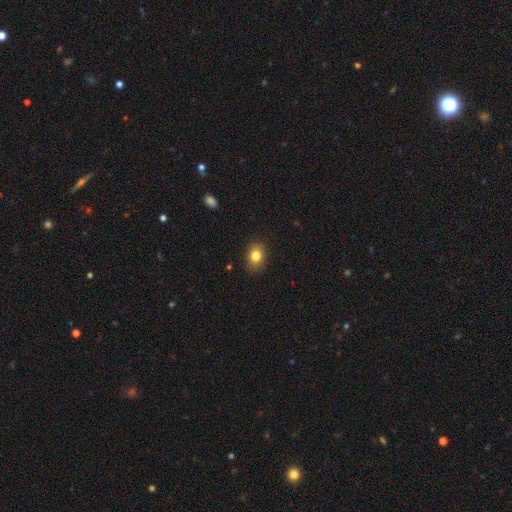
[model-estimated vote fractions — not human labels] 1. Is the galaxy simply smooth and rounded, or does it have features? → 83% smooth, 10% star or artifact, 7% featured or disk.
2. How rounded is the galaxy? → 67% in between, 32% round, 1% cigar-shaped.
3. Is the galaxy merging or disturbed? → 86% none, 11% minor disturbance, 2% major disturbance, 1% merger.